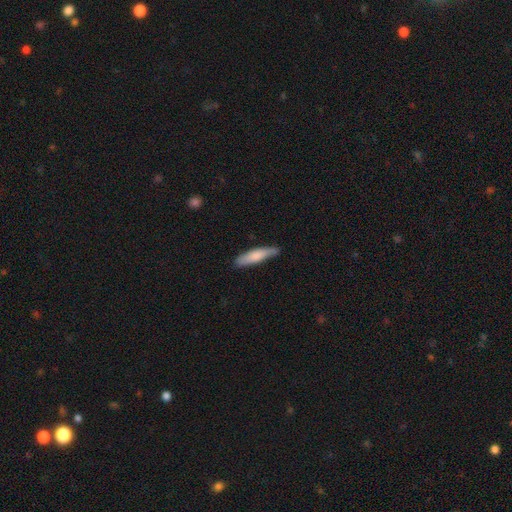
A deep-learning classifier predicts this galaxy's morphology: This appears to be a smooth galaxy with no disk features (75%) that is cigar-shaped (82%). Merging: none (78%).